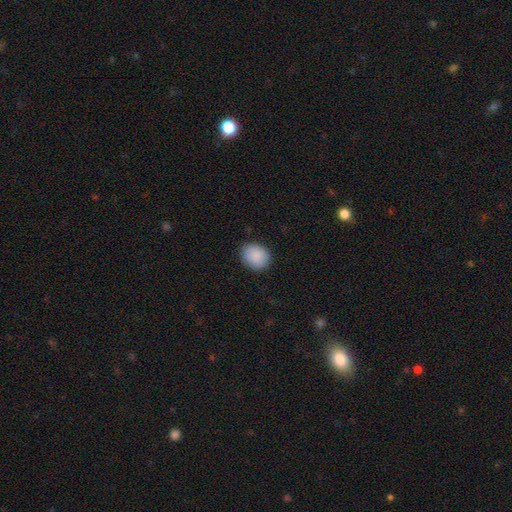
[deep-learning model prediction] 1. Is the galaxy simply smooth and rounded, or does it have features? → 90% smooth, 7% star or artifact, 3% featured or disk.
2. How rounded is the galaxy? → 56% round, 44% in between, 1% cigar-shaped.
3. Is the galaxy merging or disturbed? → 86% none, 10% minor disturbance, 2% major disturbance, 1% merger.